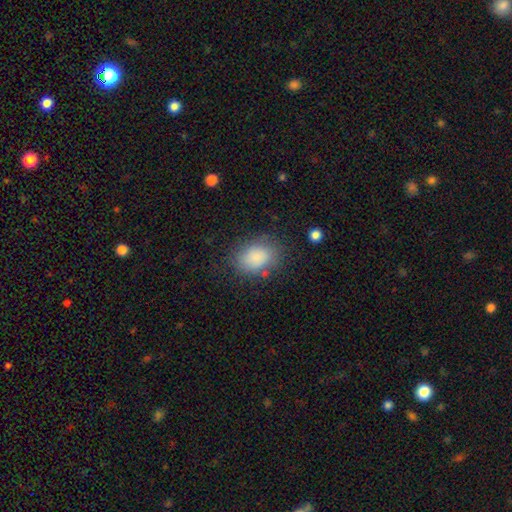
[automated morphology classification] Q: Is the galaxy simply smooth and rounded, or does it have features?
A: smooth — 86%.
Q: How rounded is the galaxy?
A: in between — 68%.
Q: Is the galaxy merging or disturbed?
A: none — 77%.